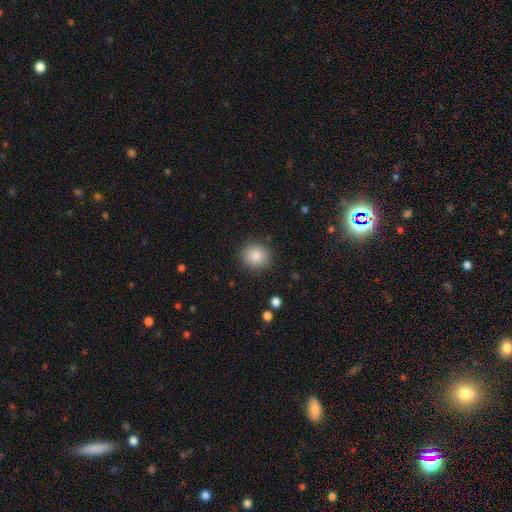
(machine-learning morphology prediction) Smooth or featured: smooth — 85% (star or artifact — 9%)
How rounded: round — 91% (in between — 8%)
Merging: none — 89% (minor disturbance — 7%)